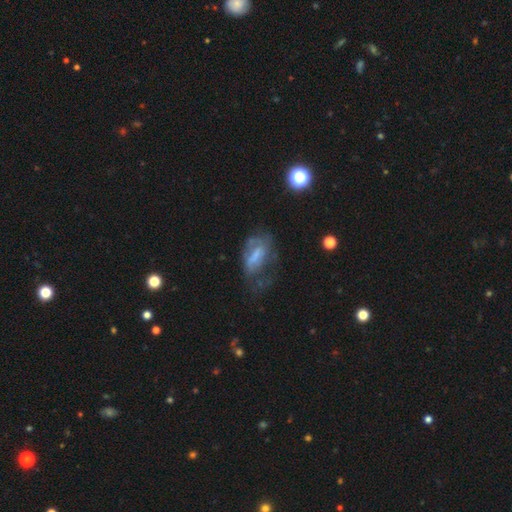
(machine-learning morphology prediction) type=featured or disk (52%); edge-on=no (93%); merging=major disturbance (37%).